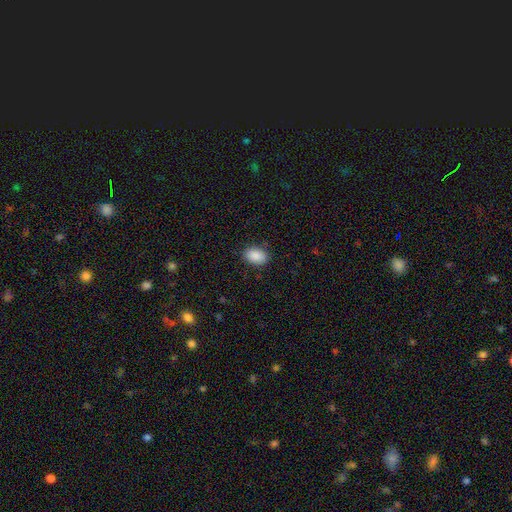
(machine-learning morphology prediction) A smooth galaxy with no disk features (89%) that is in between round and cigar-shaped (86%).

Vote fractions:
- Smooth or featured? smooth: 89% / star or artifact: 7% / featured or disk: 4%
- How rounded? in between: 86% / round: 13% / cigar-shaped: 1%
- Merging? none: 87% / minor disturbance: 10% / major disturbance: 3% / merger: 1%